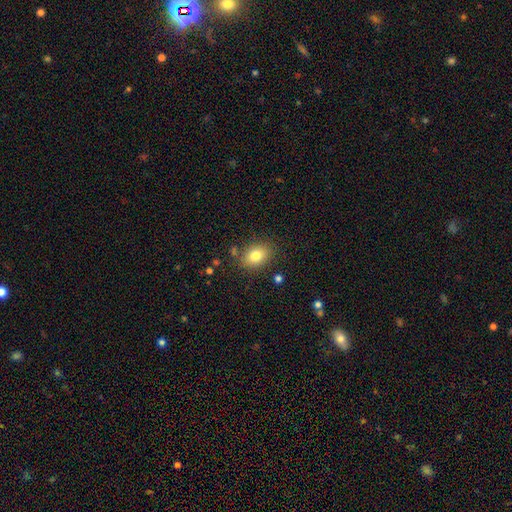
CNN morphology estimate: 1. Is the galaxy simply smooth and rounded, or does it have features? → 79% smooth, 11% featured or disk, 10% star or artifact.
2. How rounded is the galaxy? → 69% in between, 30% round, 1% cigar-shaped.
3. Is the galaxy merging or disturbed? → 82% none, 11% minor disturbance, 3% major disturbance, 3% merger.